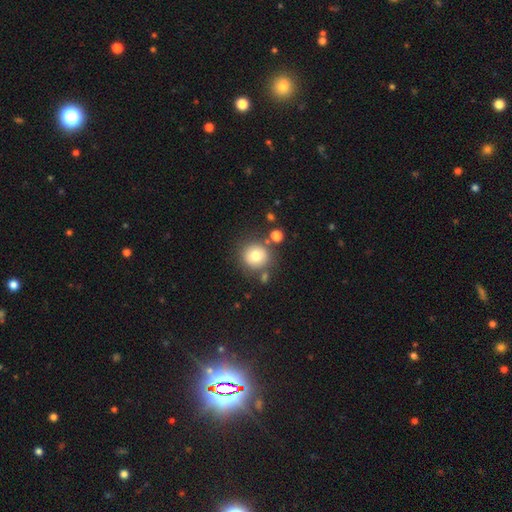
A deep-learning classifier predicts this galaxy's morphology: smooth-or-featured: smooth: 75% | featured or disk: 14% | star or artifact: 11%
  how-rounded: round: 92% | in between: 7% | cigar-shaped: 1%
  merging: none: 75% | minor disturbance: 11% | merger: 10% | major disturbance: 4%